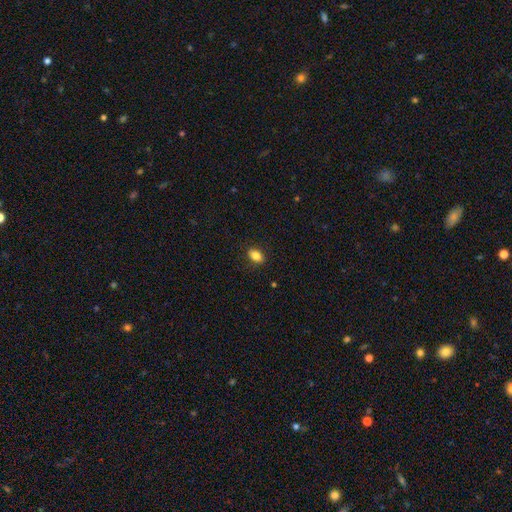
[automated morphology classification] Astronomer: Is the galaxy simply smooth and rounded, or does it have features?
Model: smooth — 84%.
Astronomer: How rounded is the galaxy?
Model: in between — 85%.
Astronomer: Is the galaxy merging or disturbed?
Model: none — 88%.